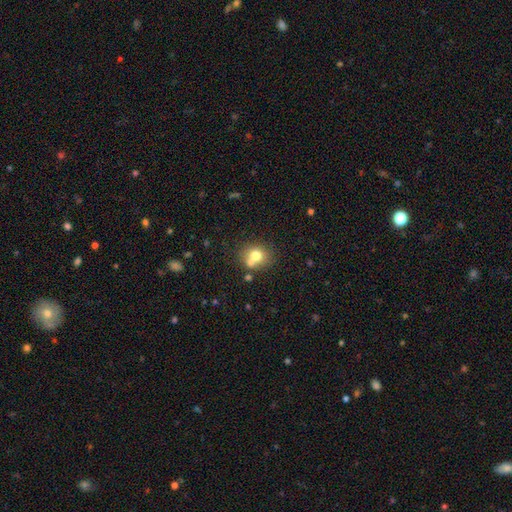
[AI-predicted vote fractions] A smooth galaxy with no disk features (72%) that is round (75%).

Vote fractions:
- Smooth or featured? smooth: 72% / featured or disk: 16% / star or artifact: 12%
- How rounded? round: 75% / in between: 24% / cigar-shaped: 1%
- Merging? none: 55% / merger: 30% / minor disturbance: 11% / major disturbance: 4%